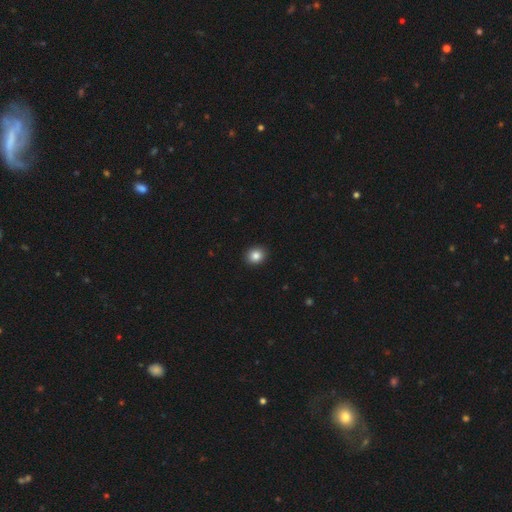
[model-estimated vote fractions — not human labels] The model was most divided on "how rounded": round: 65%, in between: 34%, cigar-shaped: 1%. More confident: merging — none (92%); smooth or featured — smooth (85%).